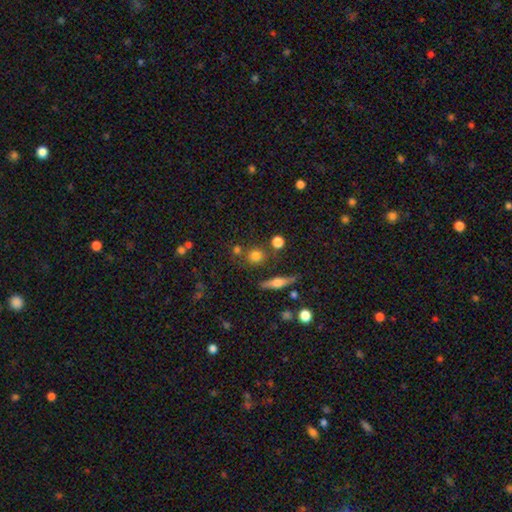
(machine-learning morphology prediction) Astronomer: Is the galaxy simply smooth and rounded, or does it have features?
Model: smooth — 74%.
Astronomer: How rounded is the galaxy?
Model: round — 84%.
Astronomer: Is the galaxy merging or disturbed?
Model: none — 72%.